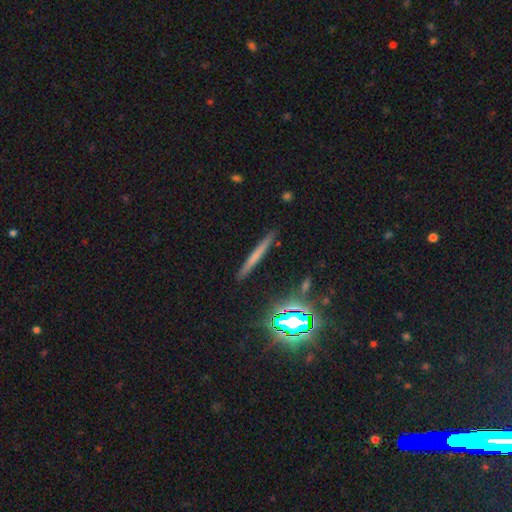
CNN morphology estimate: type=smooth (49%); merging=none (89%).